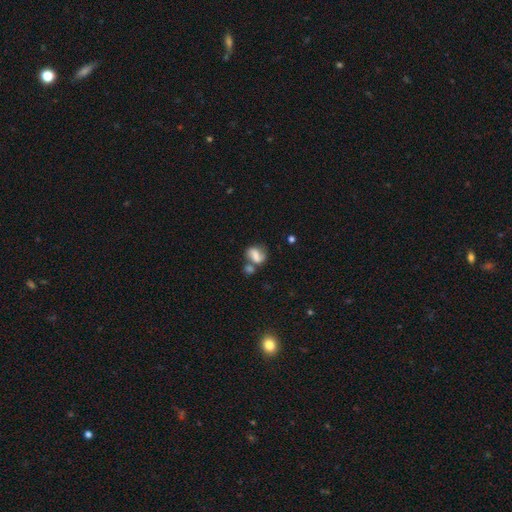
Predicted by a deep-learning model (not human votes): Smooth or featured: smooth — 60% (featured or disk — 29%)
How rounded: in between — 69% (round — 29%)
Merging: merger — 38% (none — 34%)